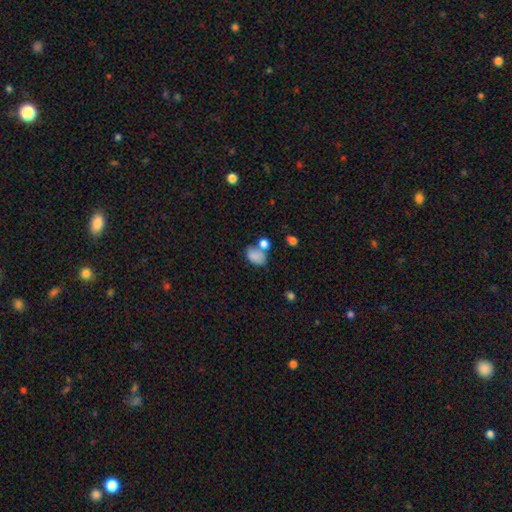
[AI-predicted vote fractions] This is likely a smooth galaxy (79%). How rounded: likely in between (79%). Merging: marginally none (39%).